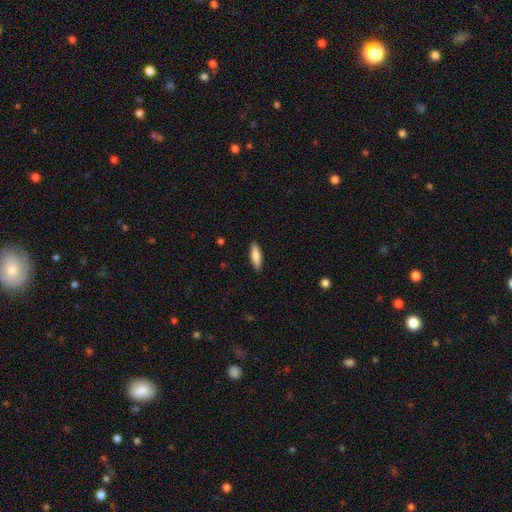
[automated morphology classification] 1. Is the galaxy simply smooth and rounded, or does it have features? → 83% smooth, 11% featured or disk, 6% star or artifact.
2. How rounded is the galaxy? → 52% cigar-shaped, 46% in between, 2% round.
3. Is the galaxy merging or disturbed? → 88% none, 9% minor disturbance, 2% major disturbance, 1% merger.